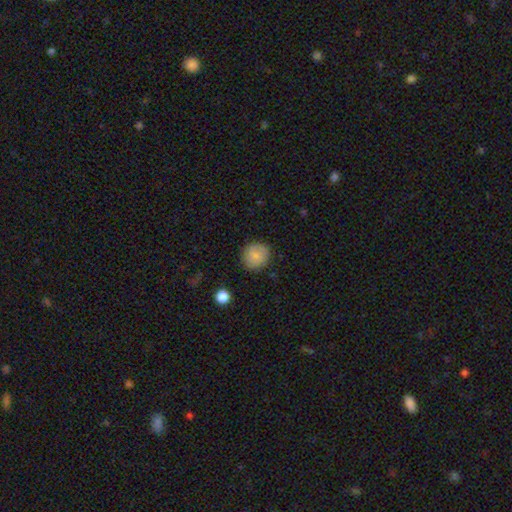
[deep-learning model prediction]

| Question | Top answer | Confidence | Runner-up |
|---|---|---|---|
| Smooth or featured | smooth | 81% | featured or disk (11%) |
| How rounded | round | 89% | in between (10%) |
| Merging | none | 86% | minor disturbance (10%) |